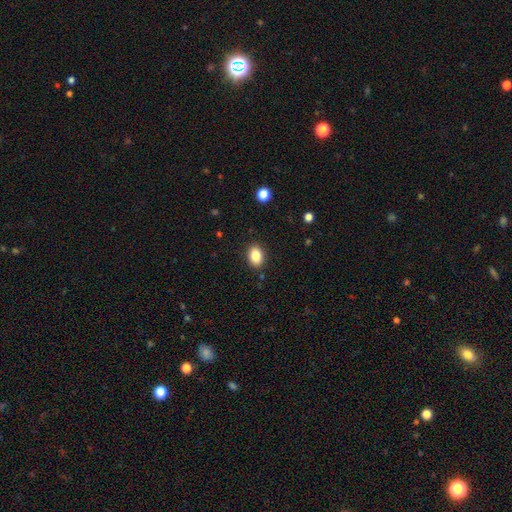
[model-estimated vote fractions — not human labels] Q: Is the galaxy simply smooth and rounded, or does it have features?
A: smooth — 85%.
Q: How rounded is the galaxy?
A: in between — 77%.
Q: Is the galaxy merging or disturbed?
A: none — 88%.